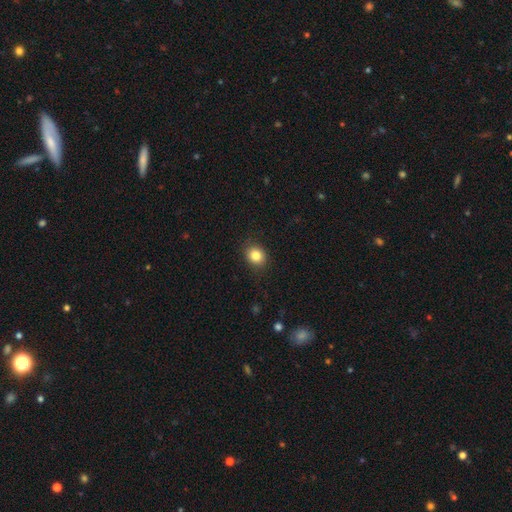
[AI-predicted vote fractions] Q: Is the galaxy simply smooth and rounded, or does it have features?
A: smooth — 83%.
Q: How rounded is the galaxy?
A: round — 67%.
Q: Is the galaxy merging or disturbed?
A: none — 87%.